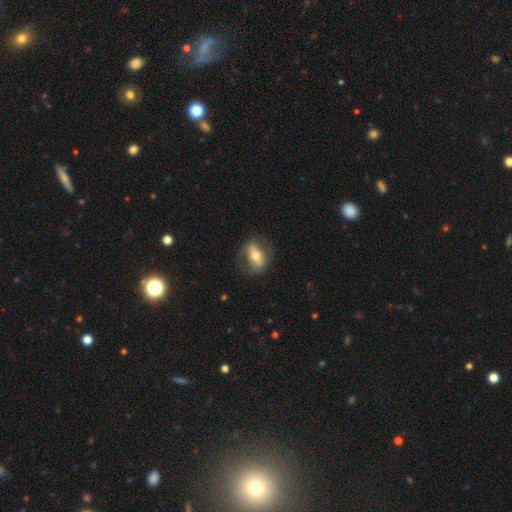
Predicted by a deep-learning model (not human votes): smooth_or_featured: featured or disk (p=0.55) [alt: smooth p=0.38]
disk_edge_on: no (p=0.81) [alt: yes p=0.19]
merging: none (p=0.70) [alt: minor disturbance p=0.19]